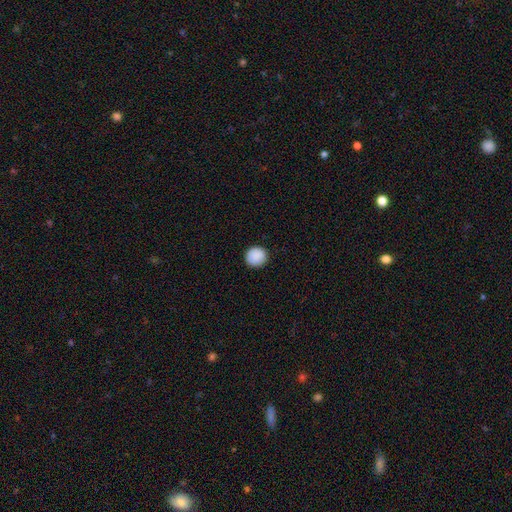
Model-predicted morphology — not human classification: smooth_or_featured: smooth (p=0.90) [alt: star or artifact p=0.08]
how_rounded: round (p=0.93) [alt: in between p=0.06]
merging: none (p=0.91) [alt: minor disturbance p=0.06]